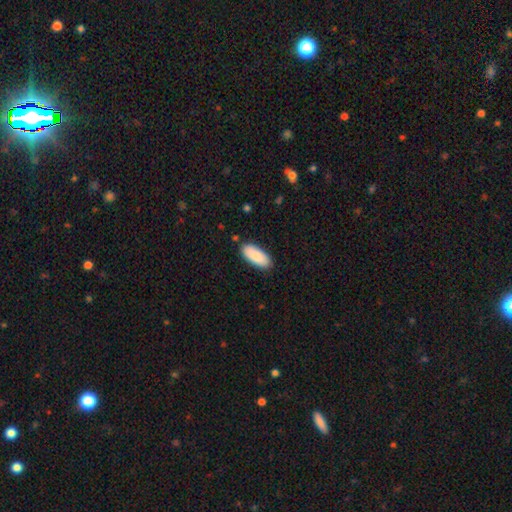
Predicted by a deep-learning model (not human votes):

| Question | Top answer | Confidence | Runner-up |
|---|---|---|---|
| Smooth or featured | smooth | 88% | featured or disk (7%) |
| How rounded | in between | 87% | cigar-shaped (12%) |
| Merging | none | 87% | minor disturbance (10%) |